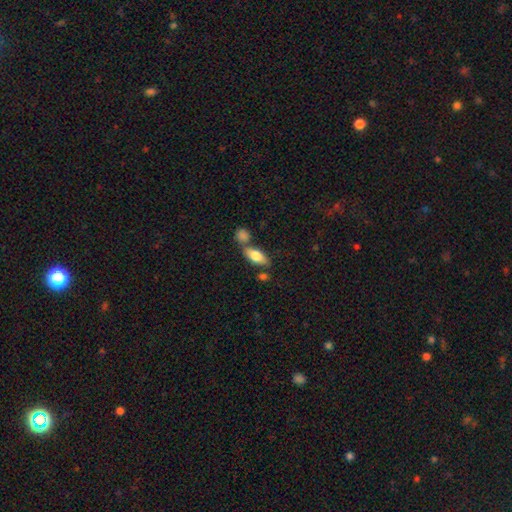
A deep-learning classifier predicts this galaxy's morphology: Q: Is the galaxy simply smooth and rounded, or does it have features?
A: smooth — 72%.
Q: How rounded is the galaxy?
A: in between — 80%.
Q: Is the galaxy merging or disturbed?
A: none — 58%.